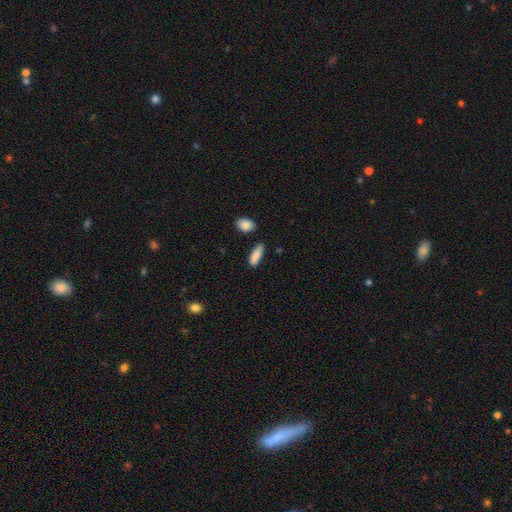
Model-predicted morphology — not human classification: smooth 88%, star or artifact 6%, featured or disk 6%. Down the decision tree: how rounded — in between (62%); merging — none (77%).